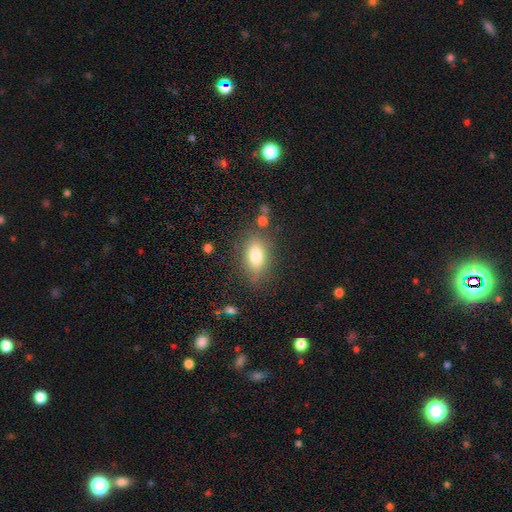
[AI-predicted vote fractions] Overall: smooth (79%). How rounded: in between (85%). Merging: none (75%).